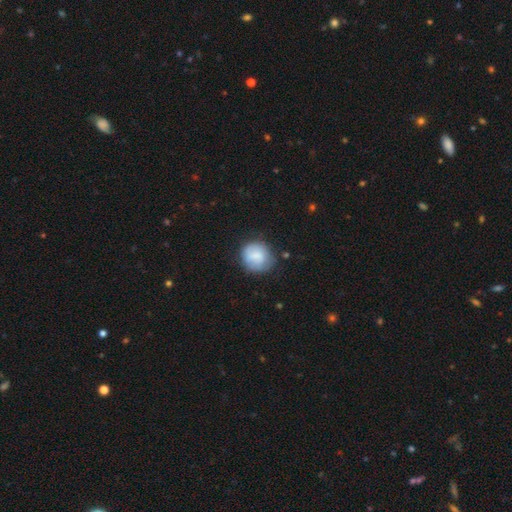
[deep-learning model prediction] smooth-or-featured: smooth: 72% | featured or disk: 21% | star or artifact: 7%
  how-rounded: round: 81% | in between: 18% | cigar-shaped: 1%
  merging: none: 71% | minor disturbance: 20% | major disturbance: 6% | merger: 2%